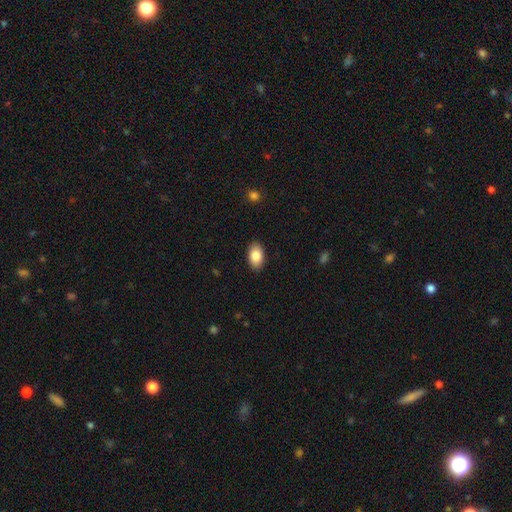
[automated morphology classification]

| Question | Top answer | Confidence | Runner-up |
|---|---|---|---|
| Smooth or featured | smooth | 85% | featured or disk (8%) |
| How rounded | in between | 92% | round (7%) |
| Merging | none | 89% | minor disturbance (8%) |